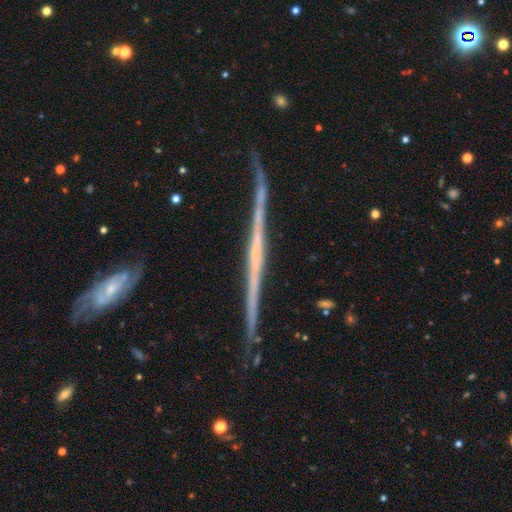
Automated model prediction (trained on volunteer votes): Smooth or featured? featured or disk (80%)
Edge-on disk? yes (98%)
Edge-on bulge? none (76%)
Merging? none (83%)